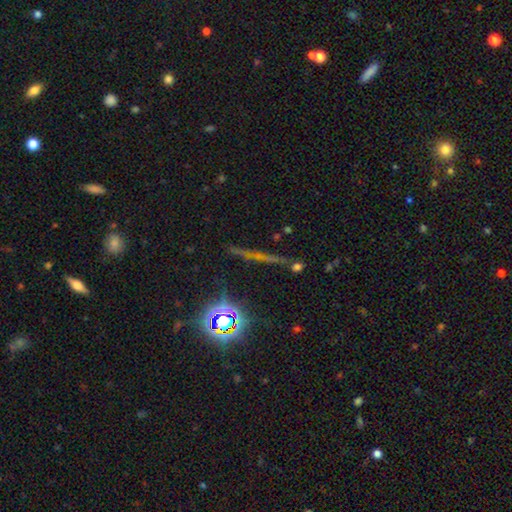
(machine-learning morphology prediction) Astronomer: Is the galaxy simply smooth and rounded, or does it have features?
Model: star or artifact — 49% (runner-up: featured or disk, 32%).